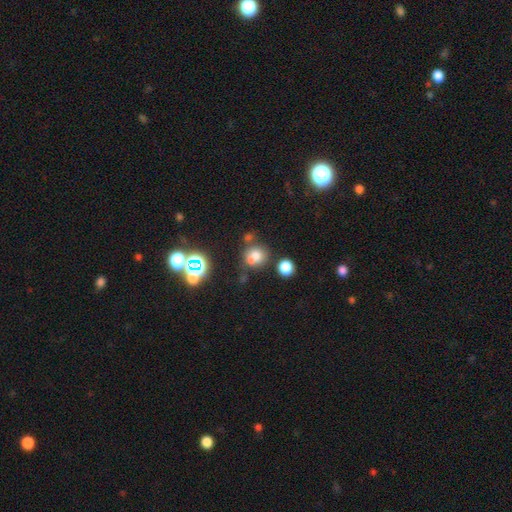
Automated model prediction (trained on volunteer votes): This is likely a smooth galaxy (68%). How rounded: likely round (79%). Merging: possibly none (58%).